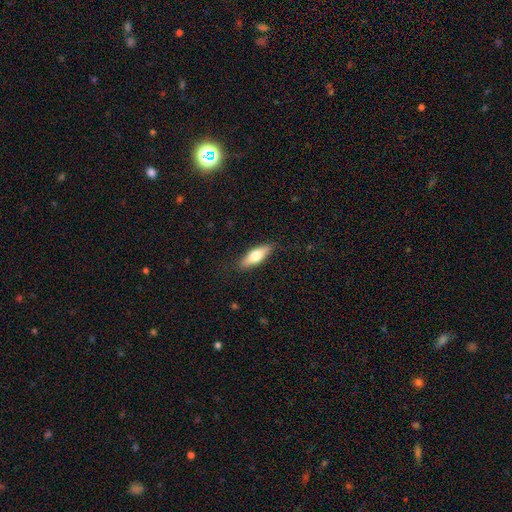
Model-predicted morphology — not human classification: Overall: smooth (64%; featured or disk 30%). How rounded: in between (56%; cigar-shaped 41%). Merging: none (86%).